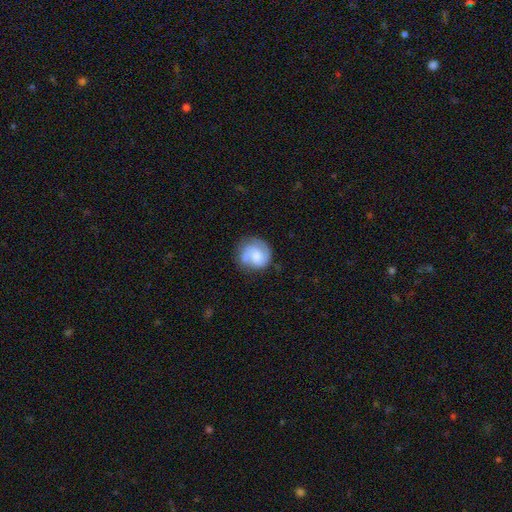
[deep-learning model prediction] The model was most divided on "smooth or featured": featured or disk: 51%, smooth: 42%, star or artifact: 7%. More confident: edge-on disk — no (98%); merging — none (61%).